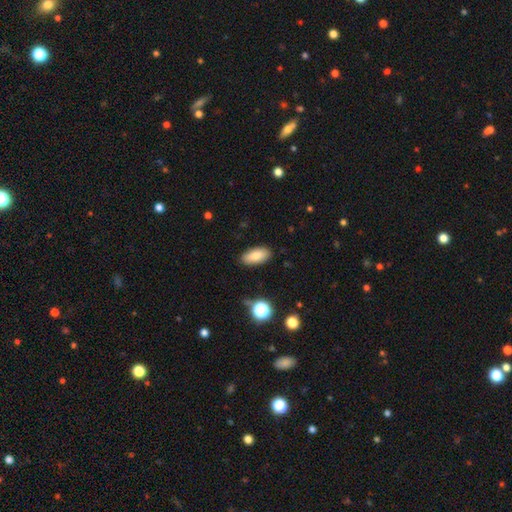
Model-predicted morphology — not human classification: Smooth or featured? Predicted: smooth (p=0.82). How rounded? Predicted: in between (p=0.89). Merging? Predicted: none (p=0.88).